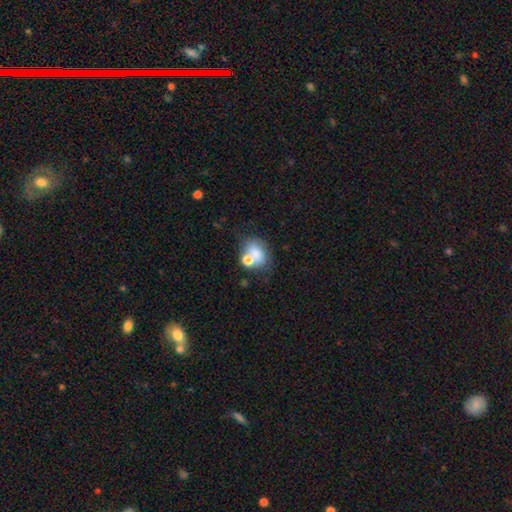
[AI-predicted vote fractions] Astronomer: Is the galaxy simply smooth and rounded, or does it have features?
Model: smooth — 73%.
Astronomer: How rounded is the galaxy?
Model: in between — 59% (runner-up: round, 39%).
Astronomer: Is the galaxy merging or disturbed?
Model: none — 43% (runner-up: merger, 33%).